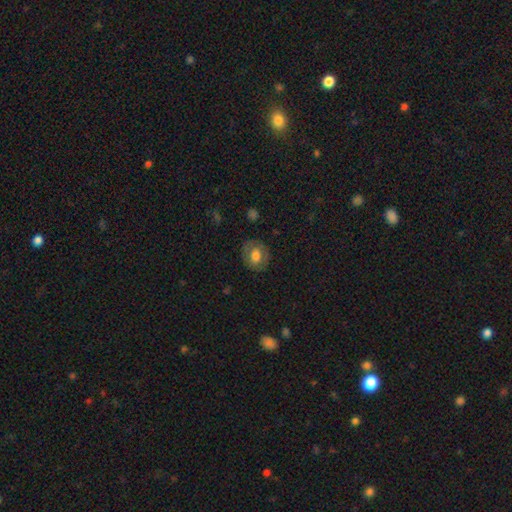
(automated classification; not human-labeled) smooth_or_featured: smooth (p=0.66) [alt: featured or disk p=0.26]
how_rounded: round (p=0.63) [alt: in between p=0.36]
merging: none (p=0.81) [alt: minor disturbance p=0.14]